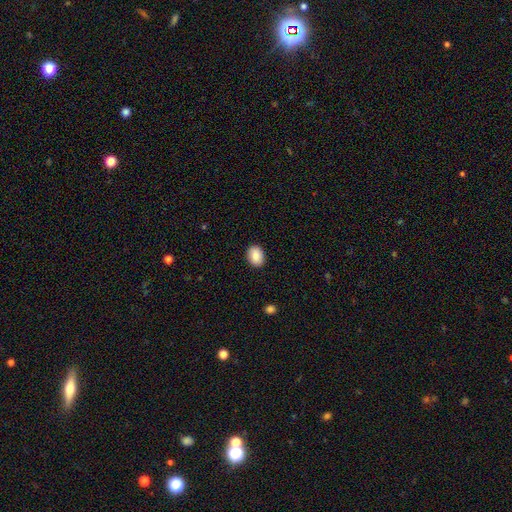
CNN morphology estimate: Smooth or featured: smooth — 86% (star or artifact — 7%)
How rounded: in between — 64% (round — 35%)
Merging: none — 90% (minor disturbance — 7%)